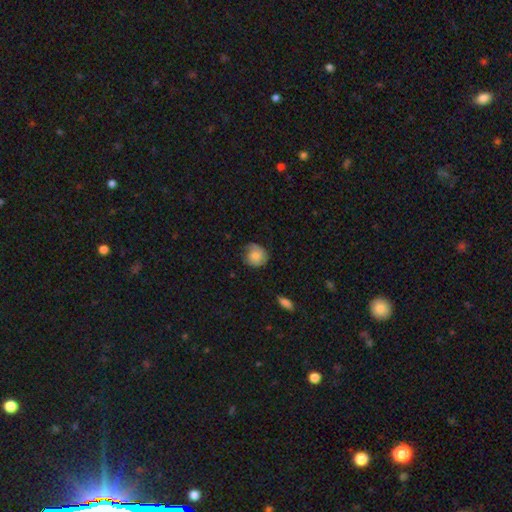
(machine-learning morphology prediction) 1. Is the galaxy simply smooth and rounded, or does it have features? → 70% smooth, 22% featured or disk, 8% star or artifact.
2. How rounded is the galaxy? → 81% round, 18% in between, 1% cigar-shaped.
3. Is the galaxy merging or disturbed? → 59% none, 30% minor disturbance, 9% major disturbance, 2% merger.